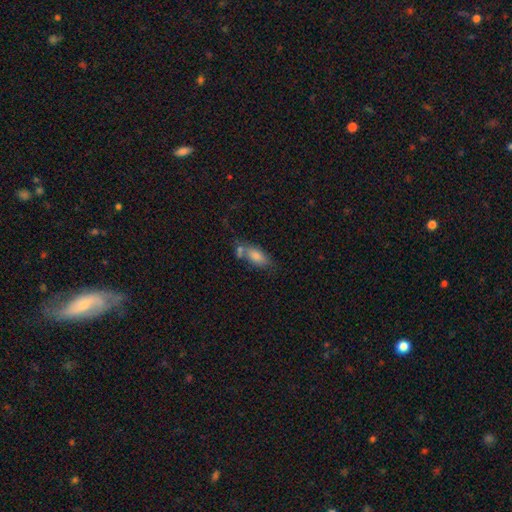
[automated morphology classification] Overall: smooth (72%). How rounded: in between (80%). Merging: none (49%; merger 26%).